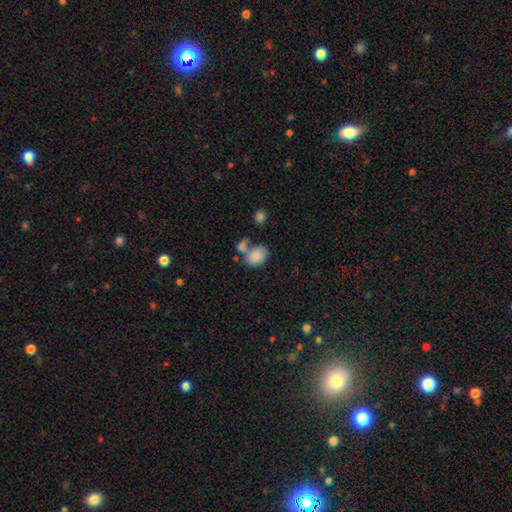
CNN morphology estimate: smooth 83%, featured or disk 9%, star or artifact 8%. Down the decision tree: how rounded — in between (71%); merging — none (44%).